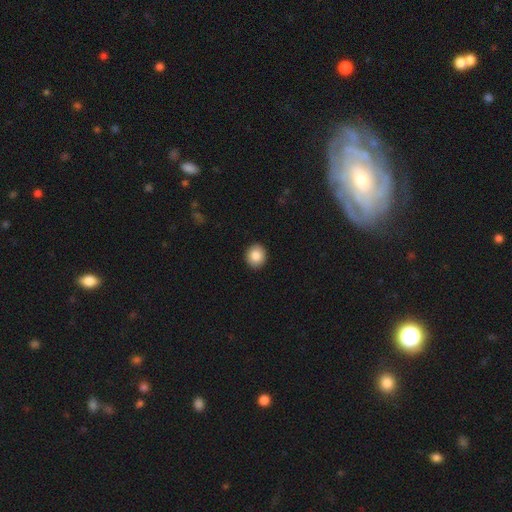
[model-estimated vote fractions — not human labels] smooth-or-featured: smooth: 86% | star or artifact: 8% | featured or disk: 6%
  how-rounded: round: 84% | in between: 15% | cigar-shaped: 1%
  merging: none: 93% | minor disturbance: 5% | major disturbance: 1% | merger: 1%